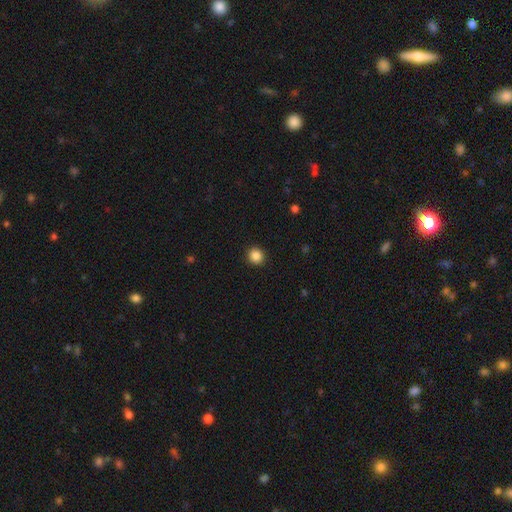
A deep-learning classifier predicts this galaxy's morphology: This is clearly a smooth galaxy (87%). How rounded: clearly round (92%). Merging: clearly none (92%).